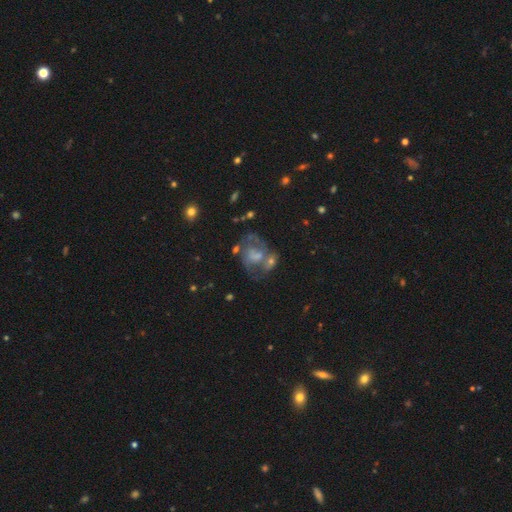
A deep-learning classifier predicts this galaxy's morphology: featured or disk 62%, smooth 26%, star or artifact 12%. Down the decision tree: edge-on disk — no (97%); bar — no (64%); spiral arms — yes (59%); bulge size — moderate (30%); merging — none (37%).